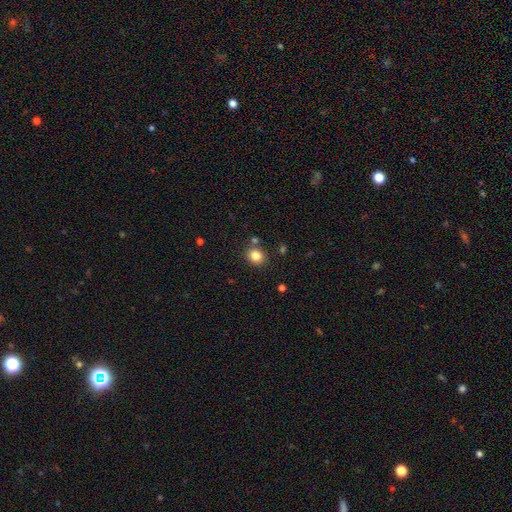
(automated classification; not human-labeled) Smooth or featured: smooth — 83% (star or artifact — 11%)
How rounded: round — 73% (in between — 27%)
Merging: none — 80% (minor disturbance — 9%)